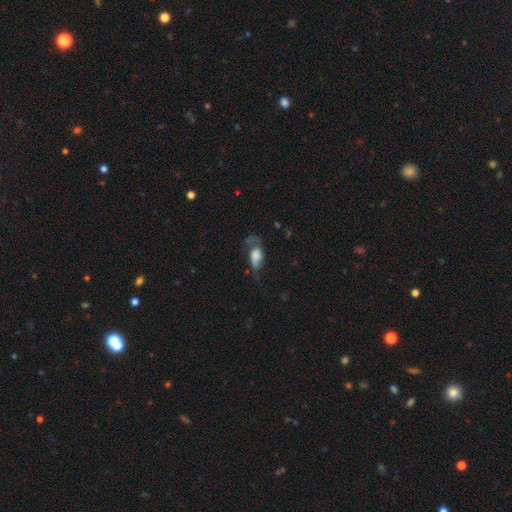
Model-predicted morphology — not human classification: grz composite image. It shows a smooth galaxy with no disk features (56%) that is in between round and cigar-shaped (86%). Merging: major disturbance (39%).